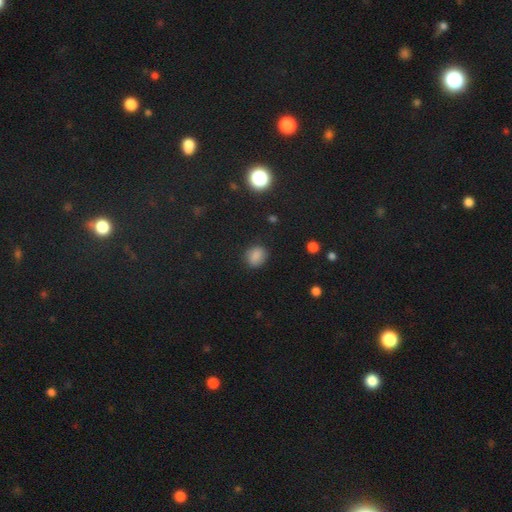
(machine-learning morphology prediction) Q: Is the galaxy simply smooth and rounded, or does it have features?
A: smooth — 82%.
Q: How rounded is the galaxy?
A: round — 61%.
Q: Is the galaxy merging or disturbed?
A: none — 82%.